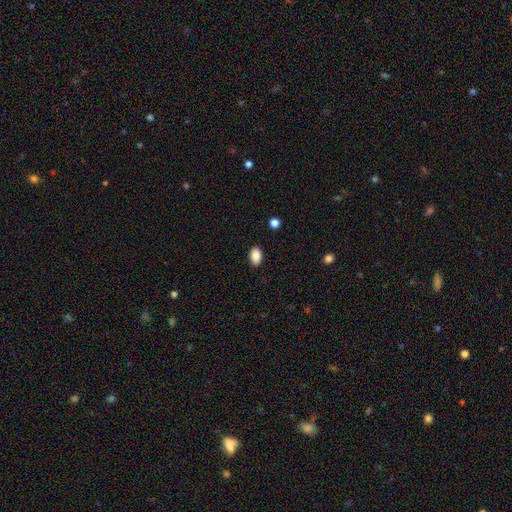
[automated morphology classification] Q: Smooth or featured?
A: smooth (88%); runner-up: star or artifact (8%)
Q: How rounded?
A: in between (86%); runner-up: round (13%)
Q: Merging?
A: none (88%); runner-up: minor disturbance (9%)